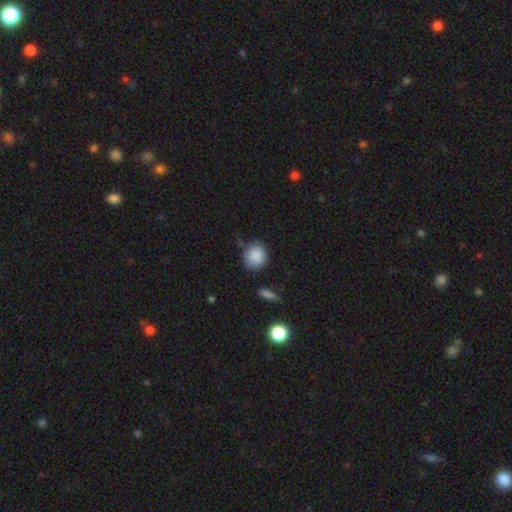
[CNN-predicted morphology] Smooth or featured? Predicted: smooth (p=0.88). How rounded? Predicted: round (p=0.71). Merging? Predicted: none (p=0.73).